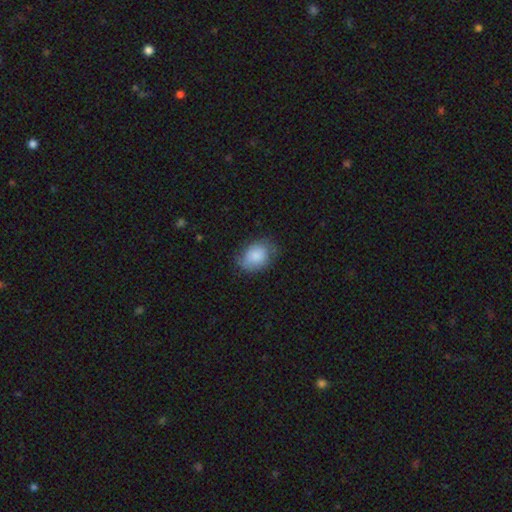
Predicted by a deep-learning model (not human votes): Smooth or featured: smooth — 78% (featured or disk — 15%)
How rounded: in between — 66% (round — 33%)
Merging: none — 59% (minor disturbance — 30%)